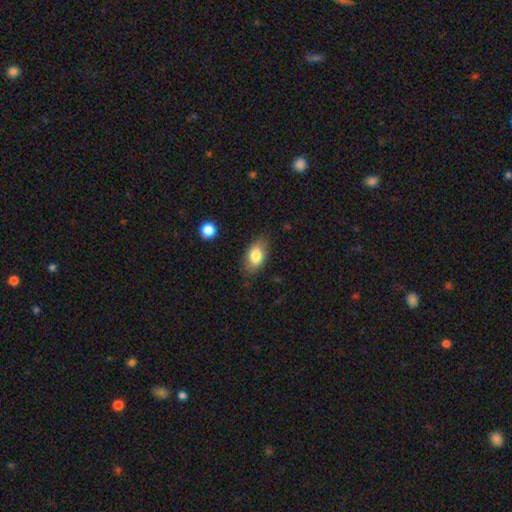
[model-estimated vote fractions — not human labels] smooth-or-featured: smooth: 80% | featured or disk: 12% | star or artifact: 7%
  how-rounded: in between: 89% | round: 9% | cigar-shaped: 2%
  merging: none: 79% | minor disturbance: 16% | major disturbance: 4% | merger: 1%